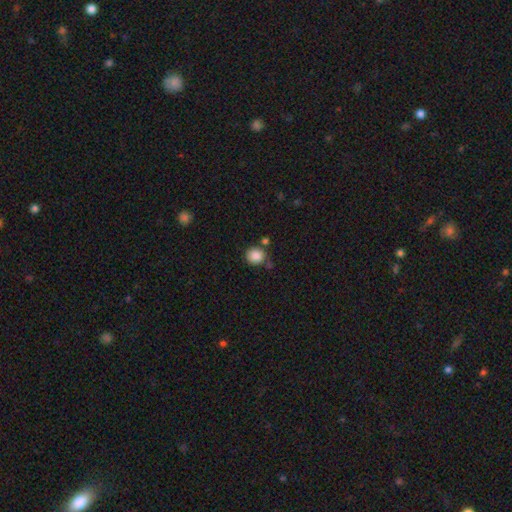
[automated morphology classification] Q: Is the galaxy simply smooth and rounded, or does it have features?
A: smooth — 87%.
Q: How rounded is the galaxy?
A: round — 80%.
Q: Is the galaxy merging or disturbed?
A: none — 74%.